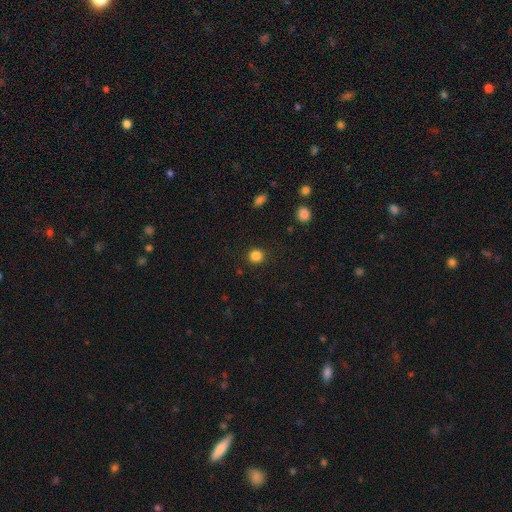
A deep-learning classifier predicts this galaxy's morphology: smooth_or_featured: smooth (p=0.85) [alt: star or artifact p=0.12]
how_rounded: round (p=0.90) [alt: in between p=0.09]
merging: none (p=0.90) [alt: minor disturbance p=0.06]